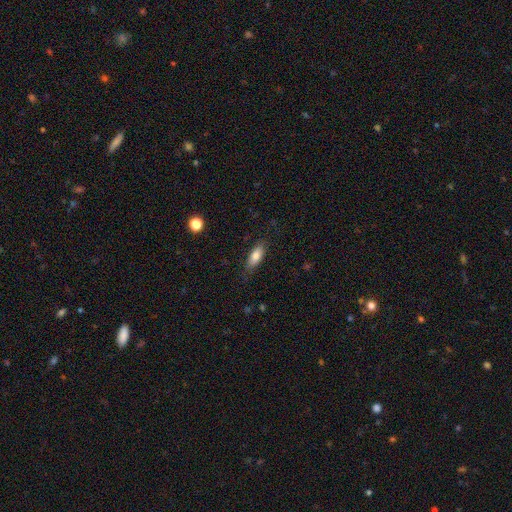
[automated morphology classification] This is likely a smooth galaxy (78%). How rounded: likely in between (75%). Merging: likely none (79%).